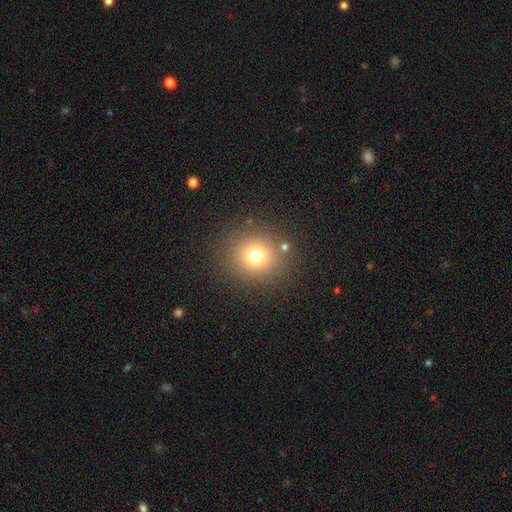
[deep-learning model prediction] Smooth or featured? smooth (74%)
How rounded? round (84%)
Merging? none (85%)